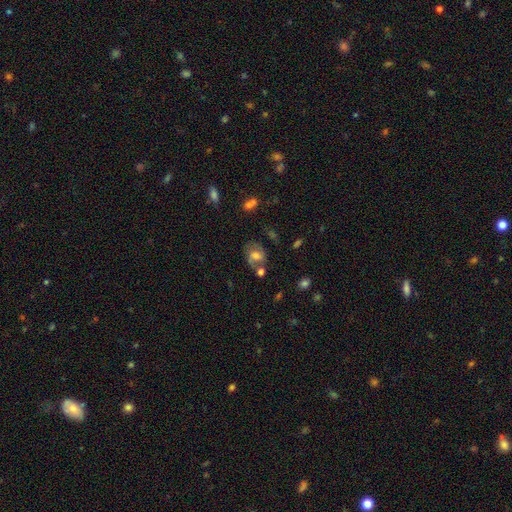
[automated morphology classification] Overall: featured or disk (47%; smooth 42%). Merging: none (49%; minor disturbance 21%).